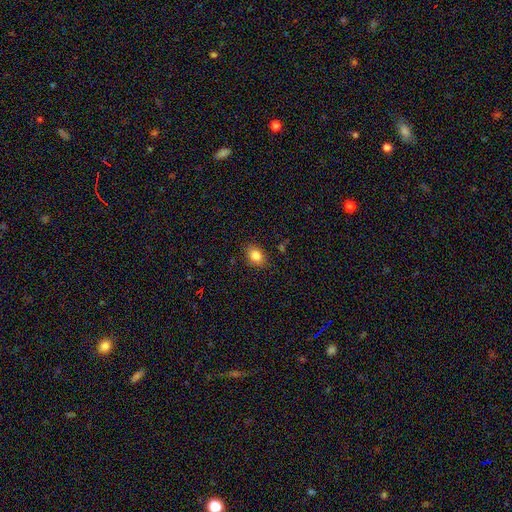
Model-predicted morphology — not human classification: A smooth galaxy with no disk features (83%) that is in between round and cigar-shaped (72%). Merging: none (86%).